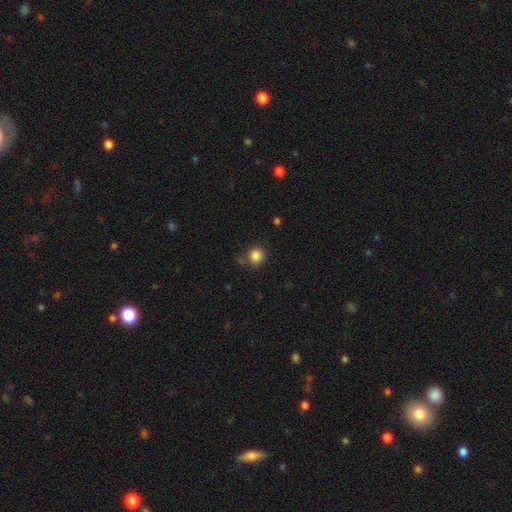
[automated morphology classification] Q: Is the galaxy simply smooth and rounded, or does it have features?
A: smooth — 86%.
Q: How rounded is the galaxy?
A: round — 91%.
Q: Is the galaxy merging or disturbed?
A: none — 80%.